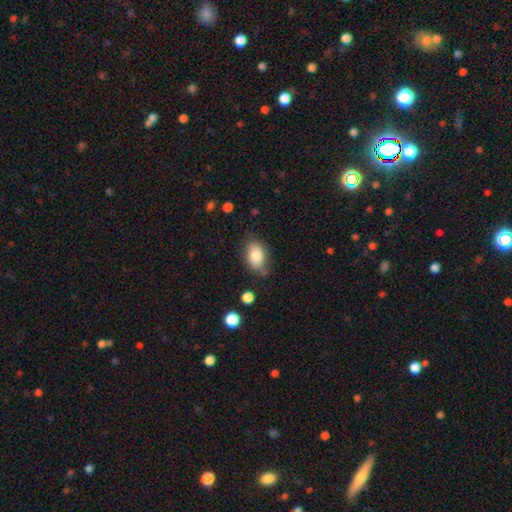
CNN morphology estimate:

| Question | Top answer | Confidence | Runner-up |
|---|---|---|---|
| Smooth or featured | smooth | 82% | featured or disk (10%) |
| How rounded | in between | 88% | round (11%) |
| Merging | none | 70% | minor disturbance (21%) |